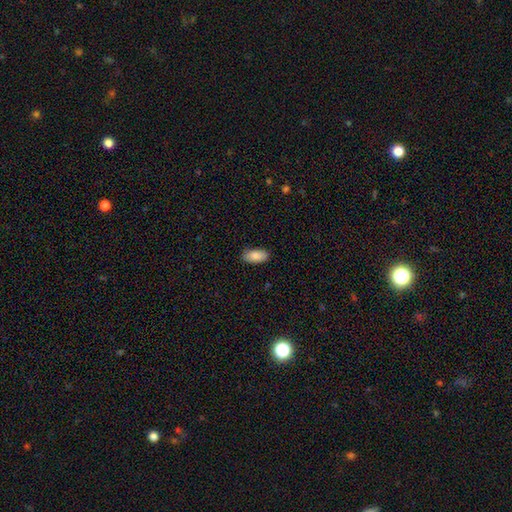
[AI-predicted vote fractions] Smooth or featured? smooth (86%)
How rounded? in between (92%)
Merging? none (85%)